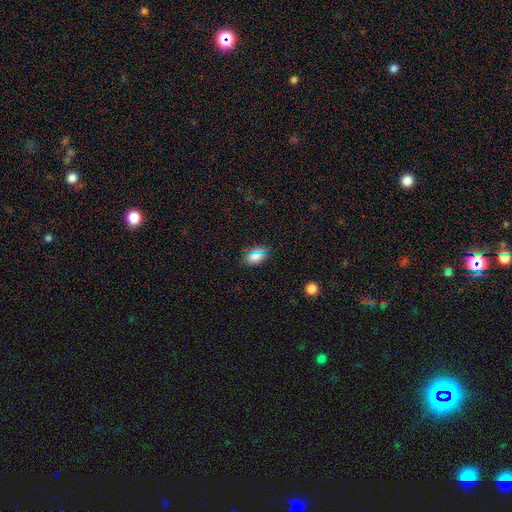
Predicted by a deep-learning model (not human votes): smooth_or_featured: smooth (p=0.74) [alt: star or artifact p=0.20]
how_rounded: in between (p=0.80) [alt: round p=0.16]
merging: none (p=0.84) [alt: minor disturbance p=0.11]